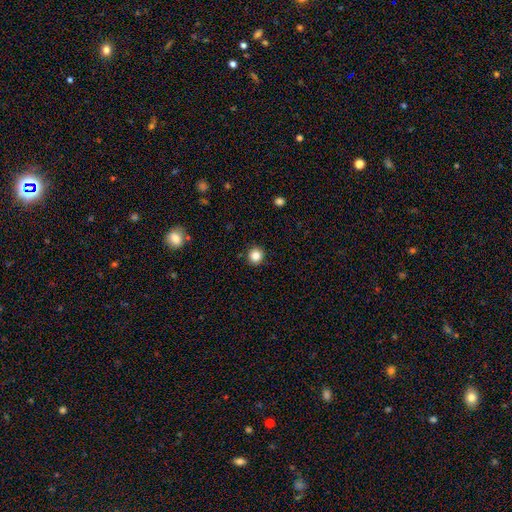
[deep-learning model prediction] Smooth or featured: smooth — 85% (star or artifact — 11%)
How rounded: round — 94% (in between — 5%)
Merging: none — 91% (minor disturbance — 6%)